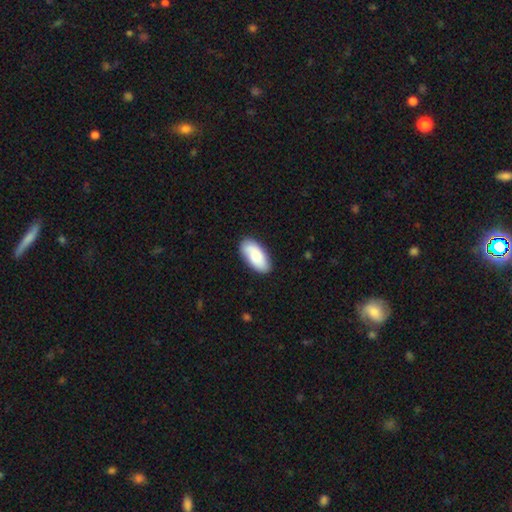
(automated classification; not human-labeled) Q: Smooth or featured?
A: smooth (79%); runner-up: featured or disk (15%)
Q: How rounded?
A: in between (93%); runner-up: cigar-shaped (5%)
Q: Merging?
A: none (83%); runner-up: minor disturbance (13%)